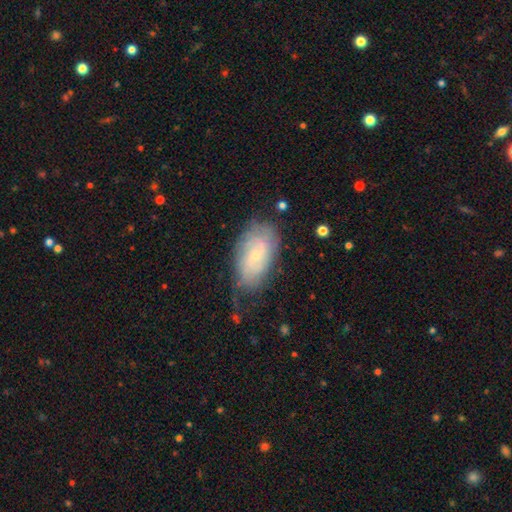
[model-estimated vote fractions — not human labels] smooth-or-featured: featured or disk: 59% | smooth: 33% | star or artifact: 8%
  disk-edge-on: no: 94% | yes: 6%
    bar: no: 69% | weak: 27% | strong: 4%
    has-spiral-arms: yes: 82% | no: 18%
    bulge-size: small: 74% | moderate: 21% | none: 3% | large: 1% | dominant: 1%
  merging: none: 65% | minor disturbance: 25% | major disturbance: 8% | merger: 2%